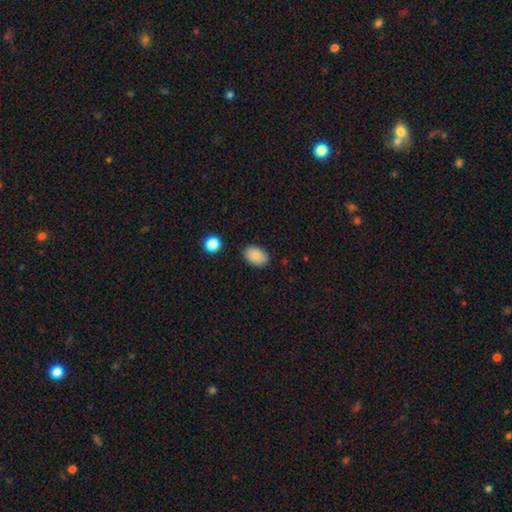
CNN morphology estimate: A smooth galaxy with no disk features (88%) that is in between round and cigar-shaped (87%). Merging: none (87%).